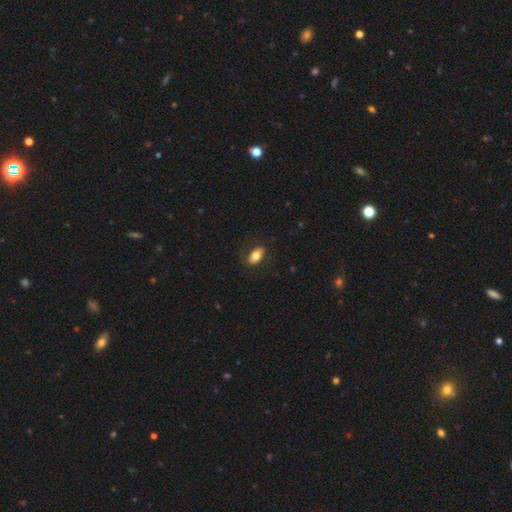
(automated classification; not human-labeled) Overall: smooth (70%). How rounded: in between (89%). Merging: none (80%).